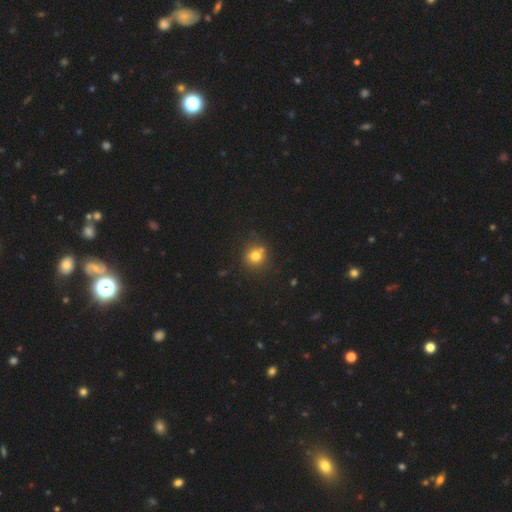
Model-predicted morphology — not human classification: smooth_or_featured: smooth (p=0.76) [alt: star or artifact p=0.14]
how_rounded: round (p=0.84) [alt: in between p=0.15]
merging: none (p=0.69) [alt: minor disturbance p=0.14]